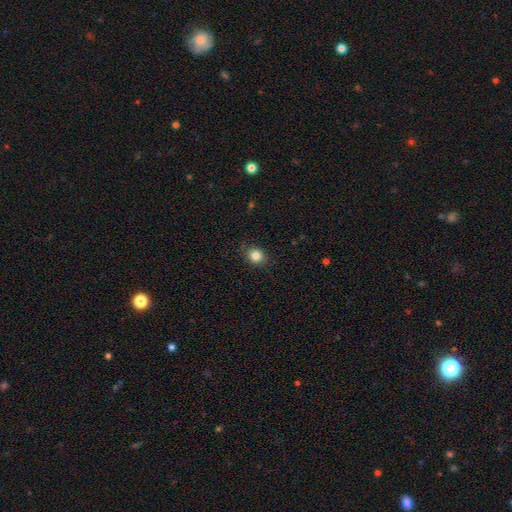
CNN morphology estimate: The model was most divided on "how rounded": round: 66%, in between: 33%, cigar-shaped: 1%. More confident: merging — none (86%); smooth or featured — smooth (83%).